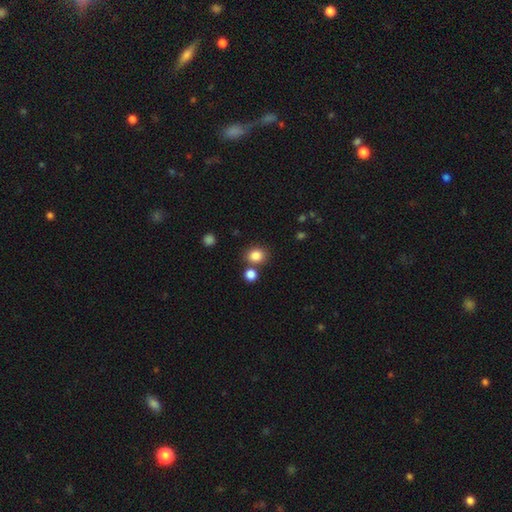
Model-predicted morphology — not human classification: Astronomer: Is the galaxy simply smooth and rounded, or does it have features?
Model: smooth — 84%.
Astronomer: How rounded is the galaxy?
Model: round — 69%.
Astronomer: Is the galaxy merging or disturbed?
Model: none — 72%.